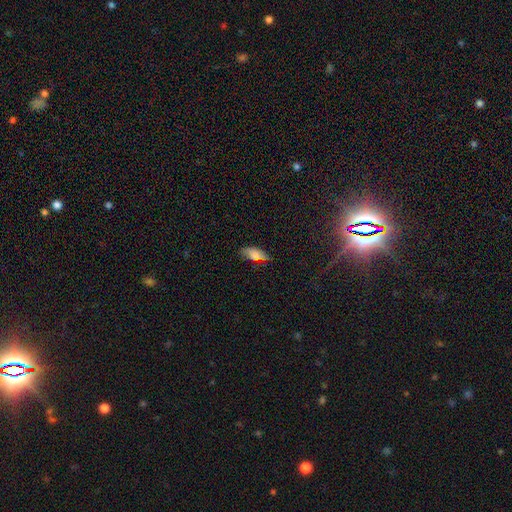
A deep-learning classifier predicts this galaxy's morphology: A smooth galaxy with no disk features (72%) that is in between round and cigar-shaped (77%).

Vote fractions:
- Smooth or featured? smooth: 72% / star or artifact: 14% / featured or disk: 14%
- How rounded? in between: 77% / cigar-shaped: 19% / round: 3%
- Merging? none: 65% / minor disturbance: 26% / major disturbance: 6% / merger: 3%